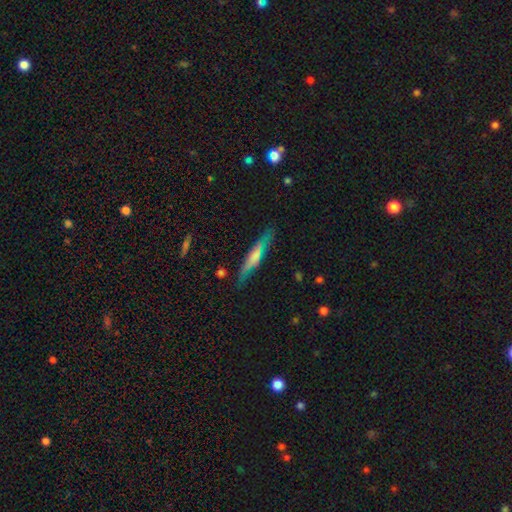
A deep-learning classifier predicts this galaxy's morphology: Smooth or featured? Predicted: featured or disk (p=0.51). Edge-on disk? Predicted: yes (p=0.87). Merging? Predicted: none (p=0.71).